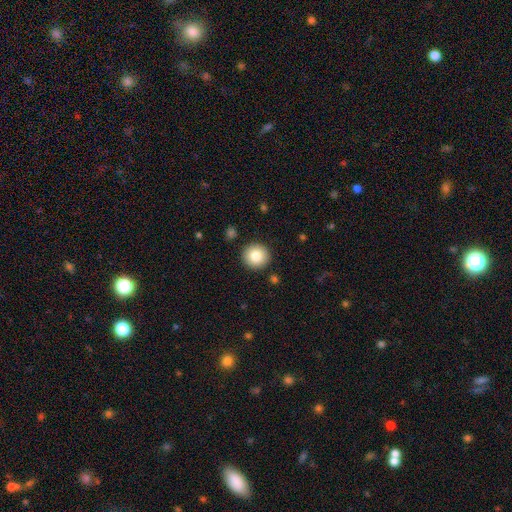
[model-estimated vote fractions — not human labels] Smooth or featured? smooth (83%)
How rounded? round (95%)
Merging? none (91%)